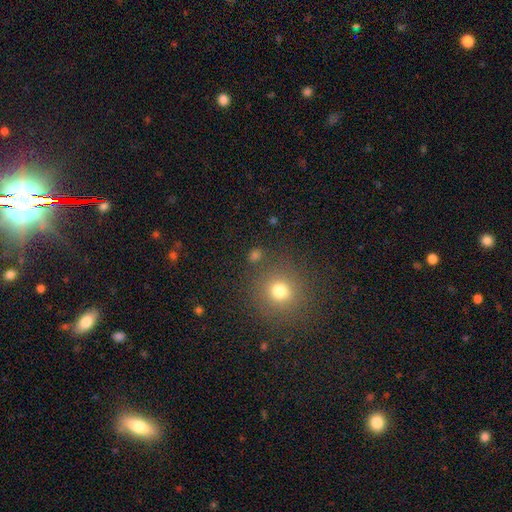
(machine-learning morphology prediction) Smooth or featured?
  - smooth: 65% *
  - star or artifact: 28%
  - featured or disk: 7%
How rounded?
  - round: 88% *
  - in between: 11%
  - cigar-shaped: 1%
Merging?
  - none: 85% *
  - minor disturbance: 7%
  - merger: 5%
  - major disturbance: 3%